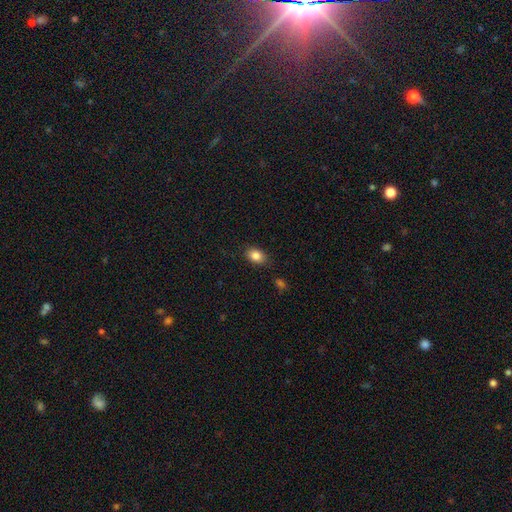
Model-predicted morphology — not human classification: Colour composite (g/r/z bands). It shows a smooth galaxy with no disk features (85%) that is in between round and cigar-shaped (79%). Merging: none (84%).